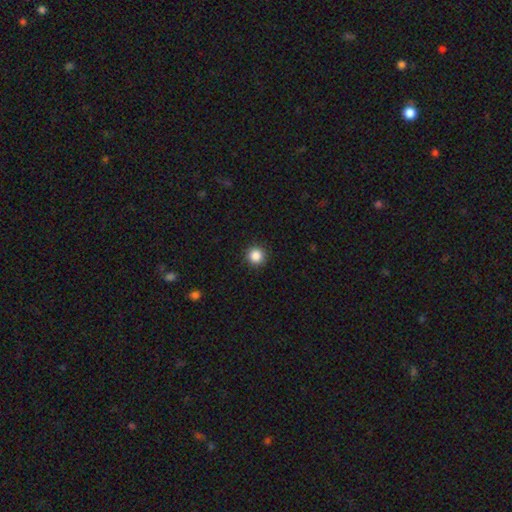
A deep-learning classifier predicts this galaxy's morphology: Smooth or featured? smooth (86%)
How rounded? round (96%)
Merging? none (92%)